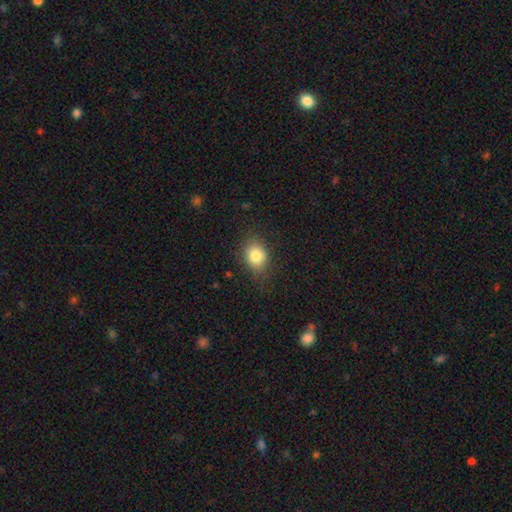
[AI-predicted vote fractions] smooth_or_featured: smooth (p=0.82) [alt: star or artifact p=0.10]
how_rounded: in between (p=0.59) [alt: round p=0.40]
merging: none (p=0.78) [alt: minor disturbance p=0.16]